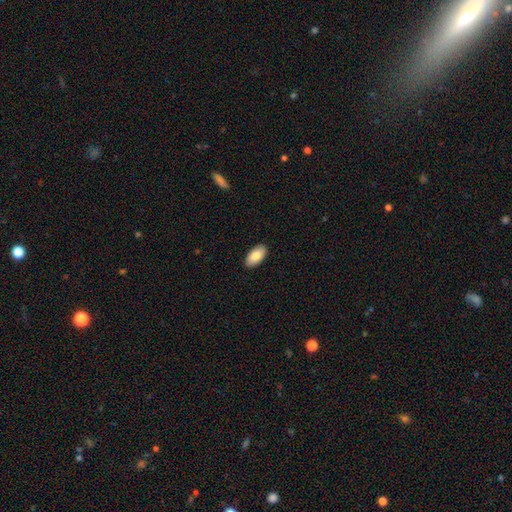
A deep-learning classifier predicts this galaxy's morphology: Smooth or featured: smooth — 87% (featured or disk — 7%)
How rounded: in between — 95% (cigar-shaped — 3%)
Merging: none — 90% (minor disturbance — 8%)